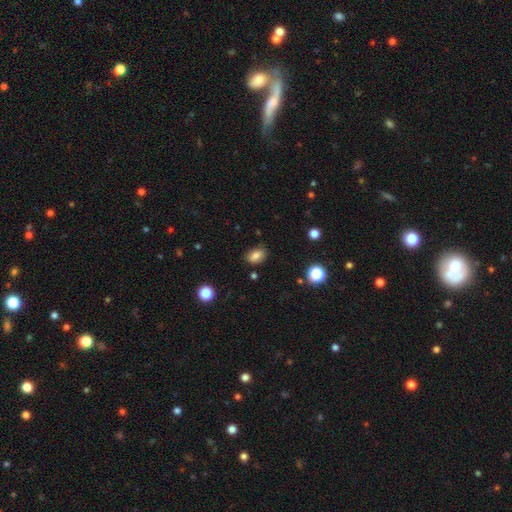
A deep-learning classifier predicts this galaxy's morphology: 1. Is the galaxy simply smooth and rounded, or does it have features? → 82% smooth, 11% star or artifact, 8% featured or disk.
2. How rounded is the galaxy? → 81% in between, 18% round, 1% cigar-shaped.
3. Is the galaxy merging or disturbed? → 83% none, 12% minor disturbance, 3% major disturbance, 2% merger.